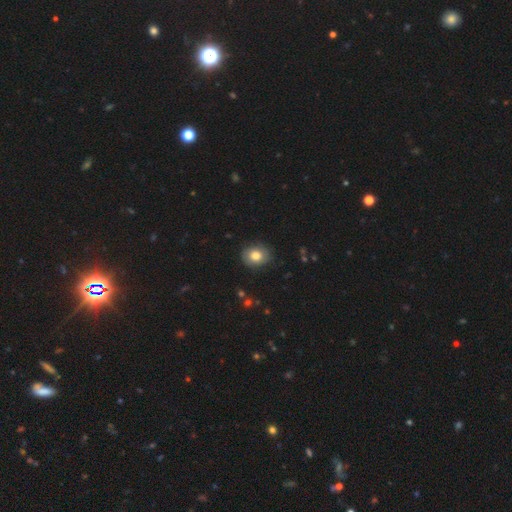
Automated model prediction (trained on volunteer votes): smooth-or-featured: smooth: 79% | featured or disk: 13% | star or artifact: 8%
  how-rounded: round: 61% | in between: 38% | cigar-shaped: 1%
  merging: none: 83% | minor disturbance: 12% | major disturbance: 3% | merger: 1%